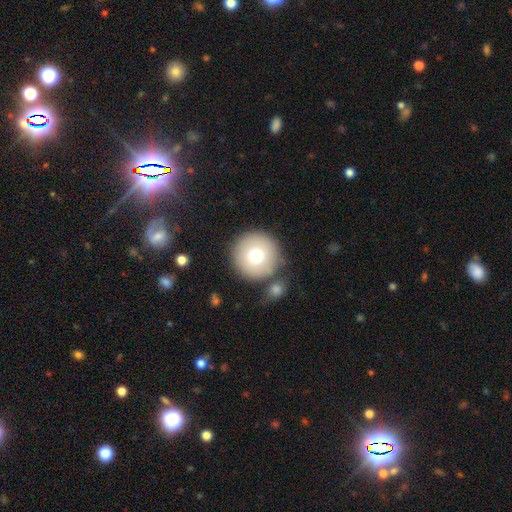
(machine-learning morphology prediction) Smooth or featured? smooth (74%)
How rounded? round (96%)
Merging? none (80%)